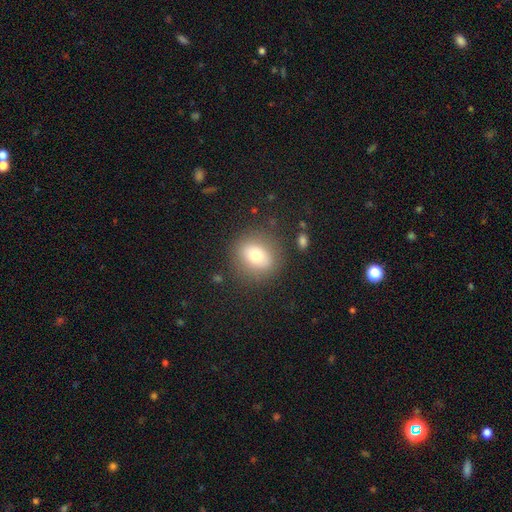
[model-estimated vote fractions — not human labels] A smooth galaxy with no disk features (71%) that is round (66%). Merging: none (83%).